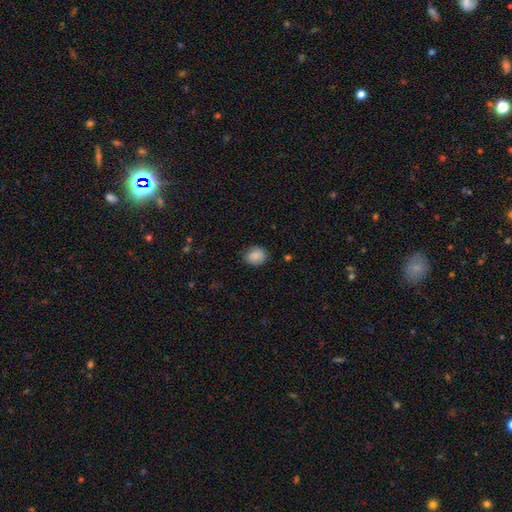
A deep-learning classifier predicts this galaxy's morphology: Smooth or featured? Predicted: smooth (p=0.88). How rounded? Predicted: round (p=0.62). Merging? Predicted: none (p=0.80).